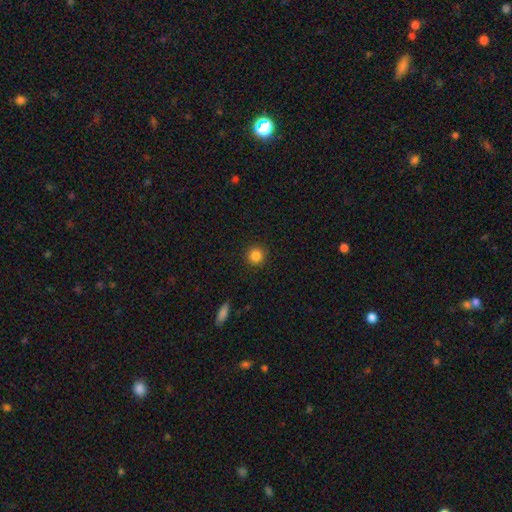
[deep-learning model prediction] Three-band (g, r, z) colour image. It shows a smooth galaxy with no disk features (85%) that is round (94%). Merging: none (92%).